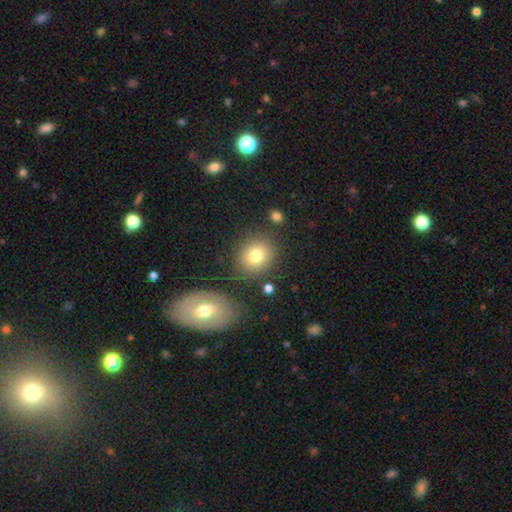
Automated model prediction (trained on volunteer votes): A smooth galaxy with no disk features (78%) that is round (71%). Merging: none (80%).